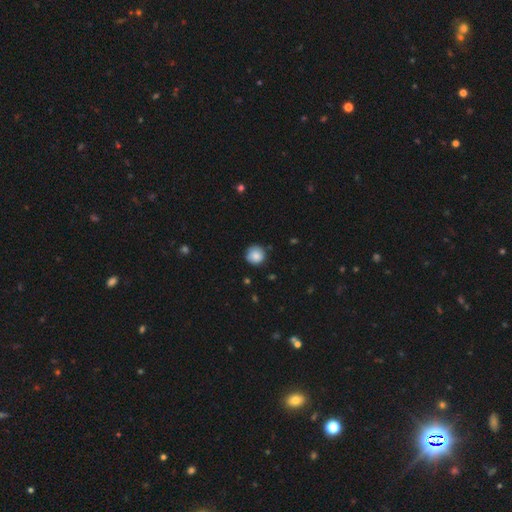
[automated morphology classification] Overall: smooth (85%). How rounded: round (94%). Merging: none (82%).